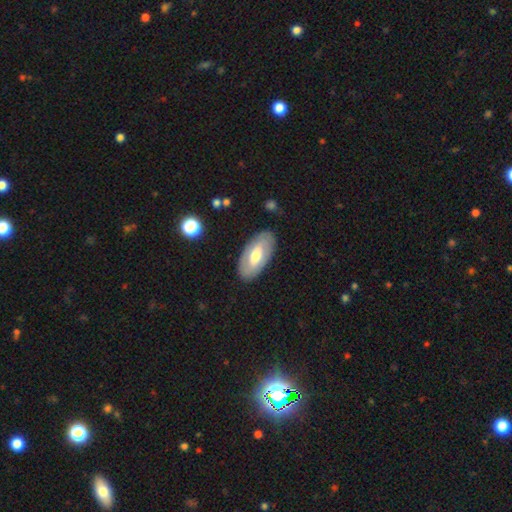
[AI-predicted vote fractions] Smooth or featured: featured or disk — 48% (smooth — 47%)
Merging: none — 85% (minor disturbance — 10%)